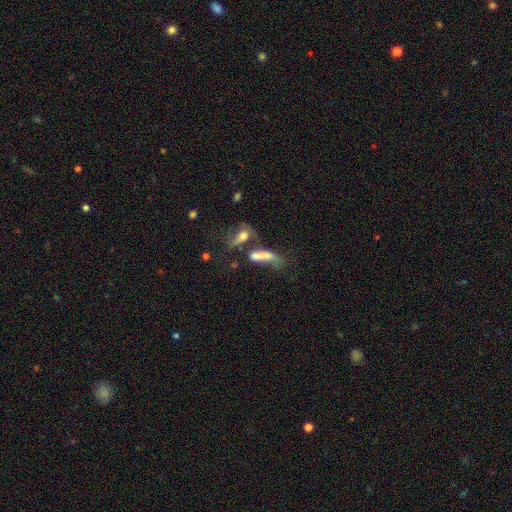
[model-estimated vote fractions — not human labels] Smooth or featured: smooth — 46% (featured or disk — 33%)
Merging: none — 39% (merger — 37%)